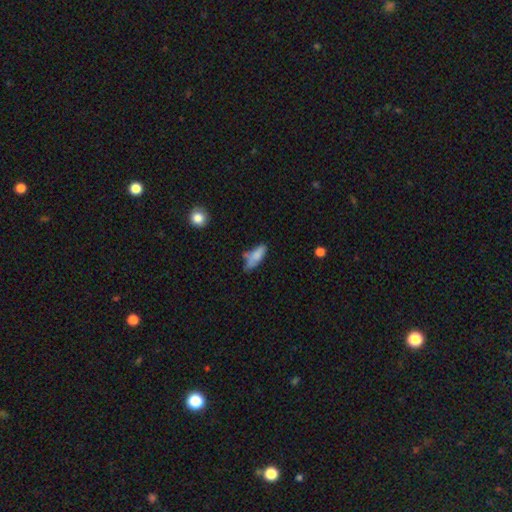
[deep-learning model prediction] This is likely a smooth galaxy (78%). How rounded: likely in between (67%). Merging: possibly none (46%).